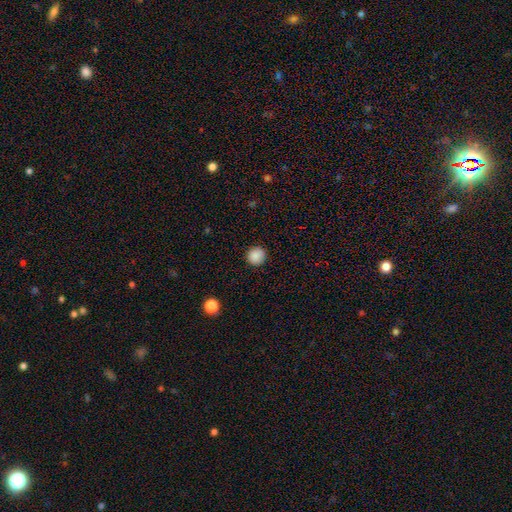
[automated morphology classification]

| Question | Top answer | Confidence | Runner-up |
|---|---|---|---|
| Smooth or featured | smooth | 88% | star or artifact (9%) |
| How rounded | round | 92% | in between (7%) |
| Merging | none | 91% | minor disturbance (6%) |